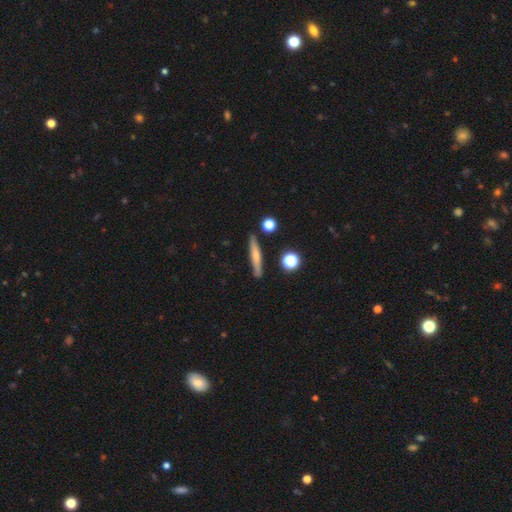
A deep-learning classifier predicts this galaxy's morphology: A smooth galaxy with no disk features (59%) that is cigar-shaped (89%). Merging: none (86%).